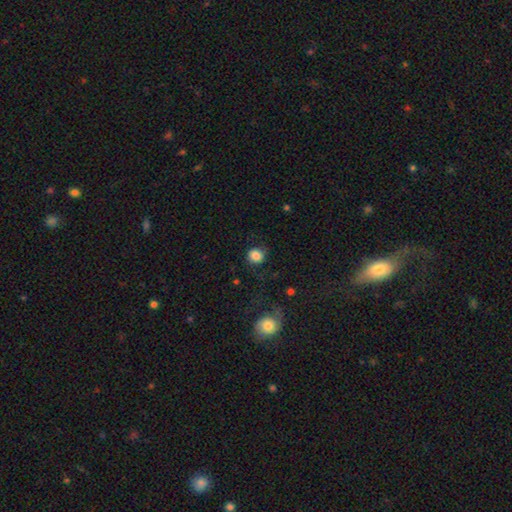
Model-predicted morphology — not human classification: Q: Smooth or featured?
A: smooth (83%); runner-up: star or artifact (9%)
Q: How rounded?
A: round (82%); runner-up: in between (17%)
Q: Merging?
A: none (74%); runner-up: minor disturbance (15%)